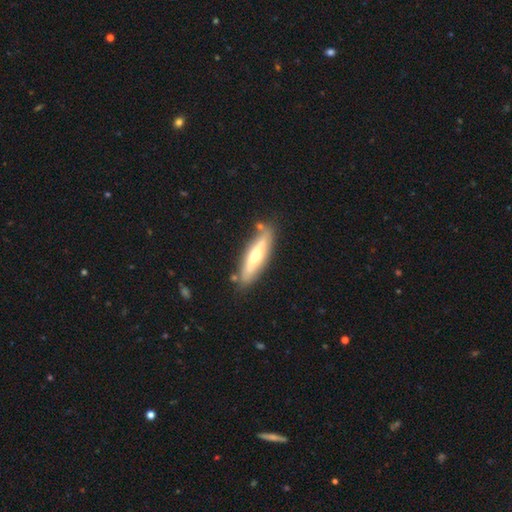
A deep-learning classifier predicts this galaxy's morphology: A featured or disk galaxy (56%) viewed edge-on (70%).

Vote fractions:
- Smooth or featured? featured or disk: 56% / smooth: 39% / star or artifact: 5%
- Edge-on disk? yes: 70% / no: 30%
- Merging? none: 79% / minor disturbance: 13% / merger: 5% / major disturbance: 3%